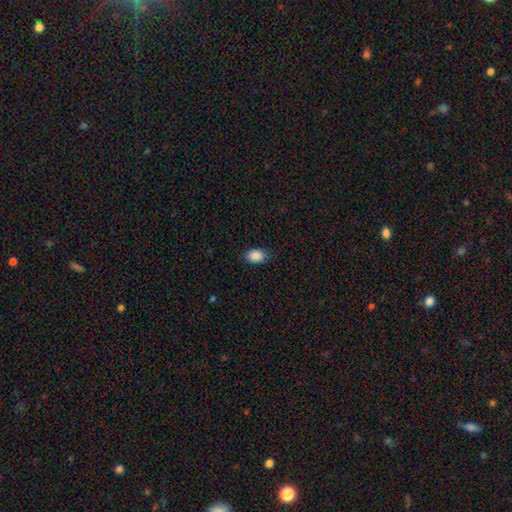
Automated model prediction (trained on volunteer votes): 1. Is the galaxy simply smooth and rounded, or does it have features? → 89% smooth, 8% star or artifact, 3% featured or disk.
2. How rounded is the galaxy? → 83% in between, 16% round, 1% cigar-shaped.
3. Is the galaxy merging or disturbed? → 82% none, 14% minor disturbance, 3% major disturbance, 1% merger.